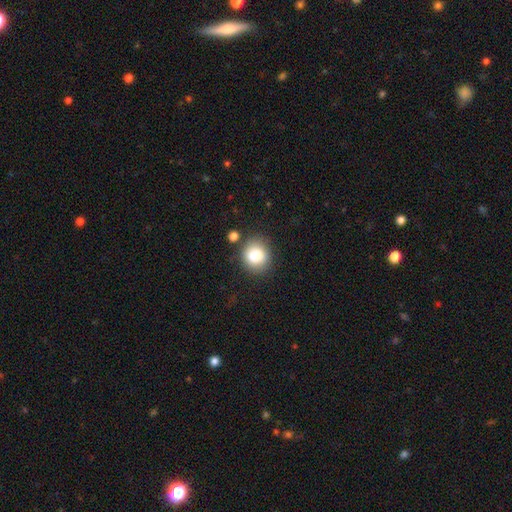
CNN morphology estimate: smooth_or_featured: smooth (p=0.82) [alt: star or artifact p=0.10]
how_rounded: round (p=0.79) [alt: in between p=0.20]
merging: none (p=0.80) [alt: minor disturbance p=0.11]